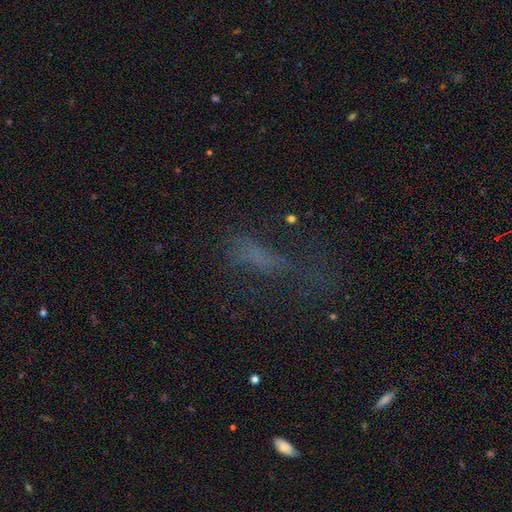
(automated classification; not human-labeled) Smooth or featured: smooth — 44% (star or artifact — 31%)
Merging: major disturbance — 39% (none — 37%)